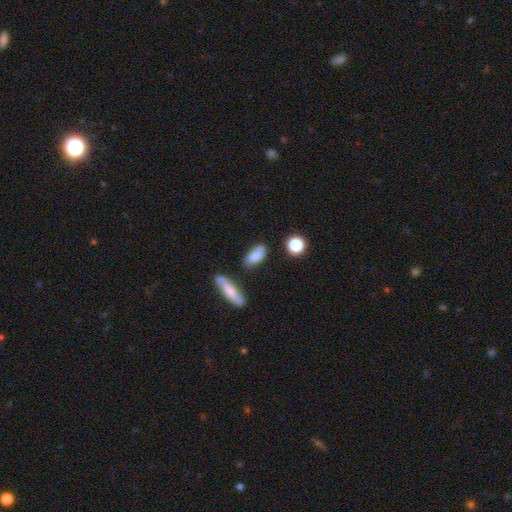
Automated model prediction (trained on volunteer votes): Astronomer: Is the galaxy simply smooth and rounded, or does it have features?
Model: smooth — 74%.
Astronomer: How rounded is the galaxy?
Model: in between — 80%.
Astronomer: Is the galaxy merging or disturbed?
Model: none — 59%.